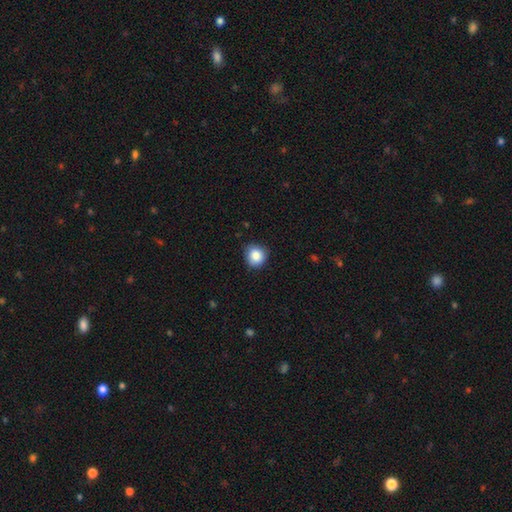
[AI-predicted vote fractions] Q: Smooth or featured?
A: smooth (86%); runner-up: star or artifact (9%)
Q: How rounded?
A: round (88%); runner-up: in between (11%)
Q: Merging?
A: none (83%); runner-up: minor disturbance (14%)